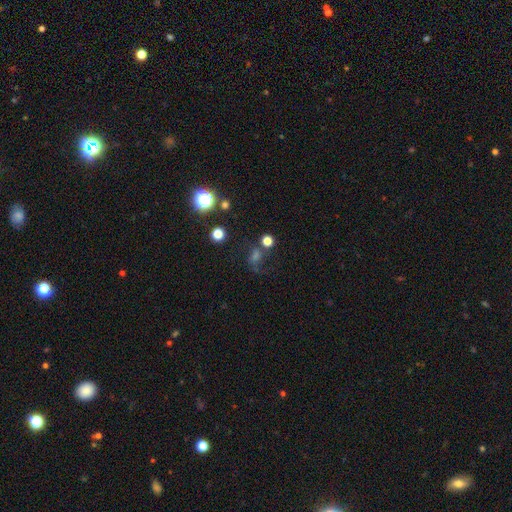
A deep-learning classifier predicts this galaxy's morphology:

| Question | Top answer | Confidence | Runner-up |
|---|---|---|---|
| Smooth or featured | star or artifact | 41% | smooth (37%) |